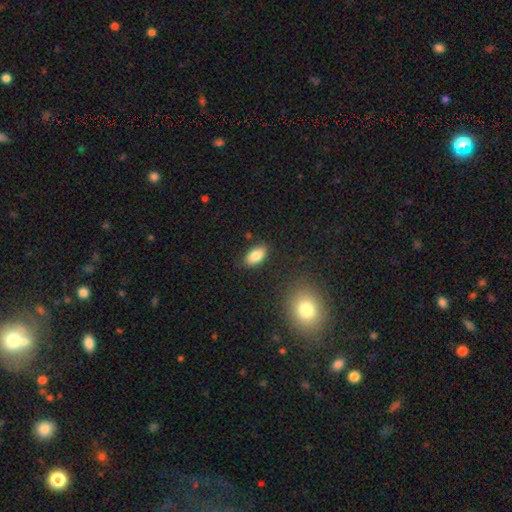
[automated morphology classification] A smooth galaxy with no disk features (83%) that is in between round and cigar-shaped (92%). Merging: none (84%).